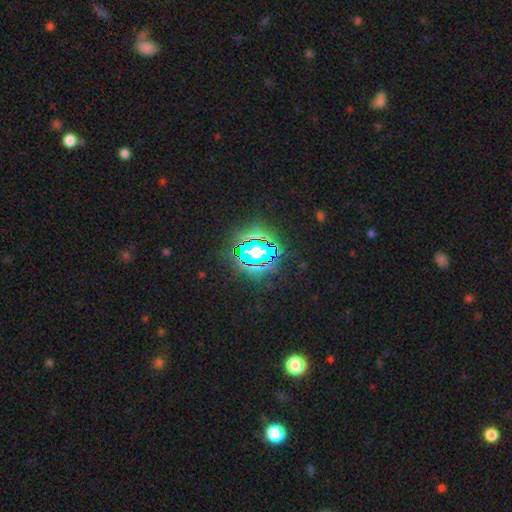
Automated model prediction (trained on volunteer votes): A star or artifact, not a galaxy (73%).